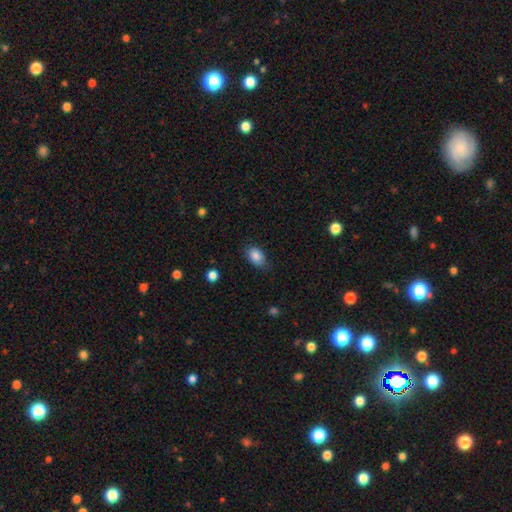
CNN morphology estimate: Smooth or featured?
  - smooth: 86% *
  - star or artifact: 8%
  - featured or disk: 6%
How rounded?
  - in between: 85% *
  - round: 14%
  - cigar-shaped: 1%
Merging?
  - none: 71% *
  - minor disturbance: 24%
  - major disturbance: 5%
  - merger: 1%